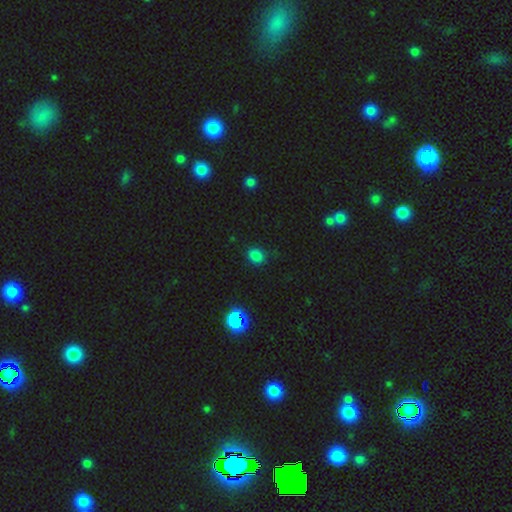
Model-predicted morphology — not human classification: A smooth galaxy with no disk features (81%) that is in between round and cigar-shaped (50%). Merging: none (82%).